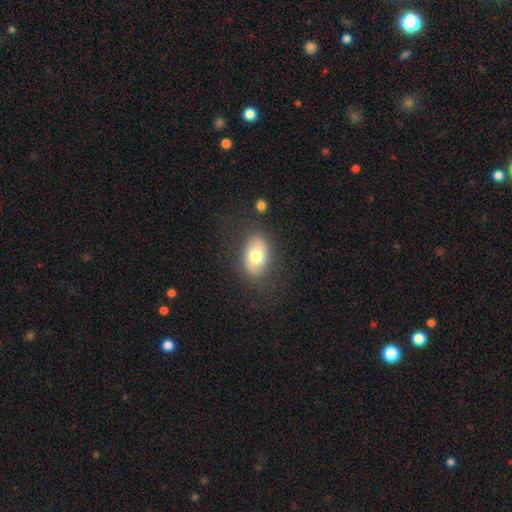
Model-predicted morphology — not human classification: smooth 71%, featured or disk 22%, star or artifact 7%. Down the decision tree: how rounded — in between (84%); merging — none (80%).